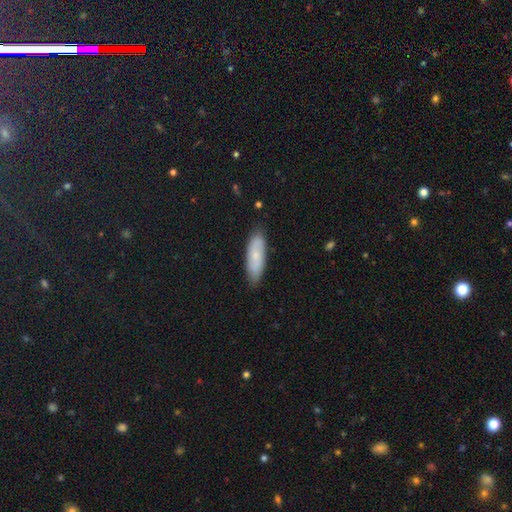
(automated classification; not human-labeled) Smooth or featured?
  - smooth: 66% *
  - featured or disk: 27%
  - star or artifact: 6%
How rounded?
  - in between: 56% *
  - cigar-shaped: 42%
  - round: 2%
Merging?
  - none: 81% *
  - minor disturbance: 15%
  - major disturbance: 2%
  - merger: 1%